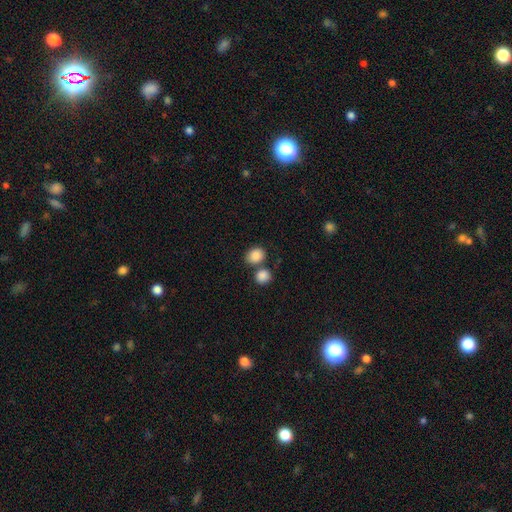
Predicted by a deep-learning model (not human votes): Morphology: type=smooth (87%); roundness=round (53%); merging=none (58%).